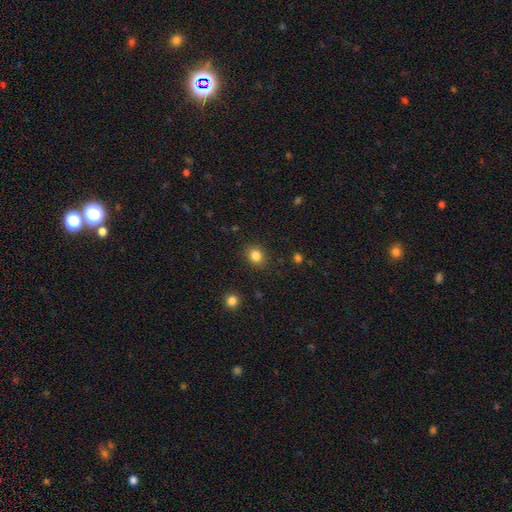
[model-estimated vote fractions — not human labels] Smooth or featured? Predicted: smooth (p=0.84). How rounded? Predicted: round (p=0.62). Merging? Predicted: none (p=0.87).